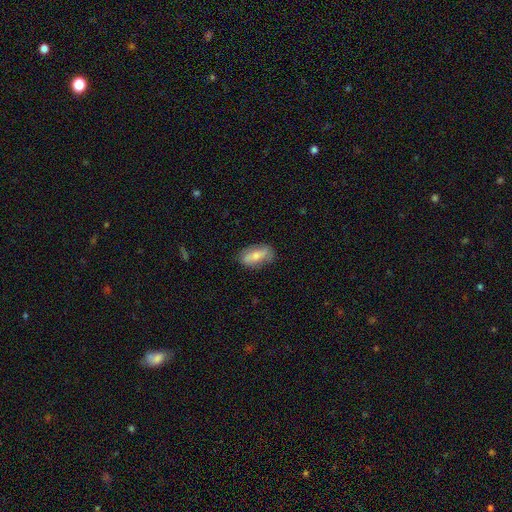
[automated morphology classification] This appears to be a smooth galaxy with no disk features (62%) that is in between round and cigar-shaped (84%). Merging: none (76%).